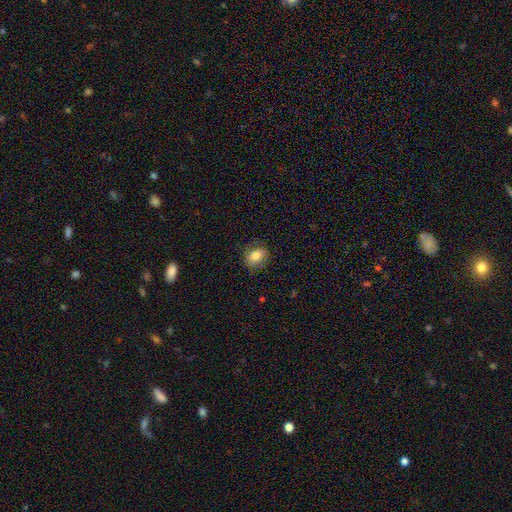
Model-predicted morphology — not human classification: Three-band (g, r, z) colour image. It shows a smooth galaxy with no disk features (76%) that is in between round and cigar-shaped (54%). Merging: none (78%).